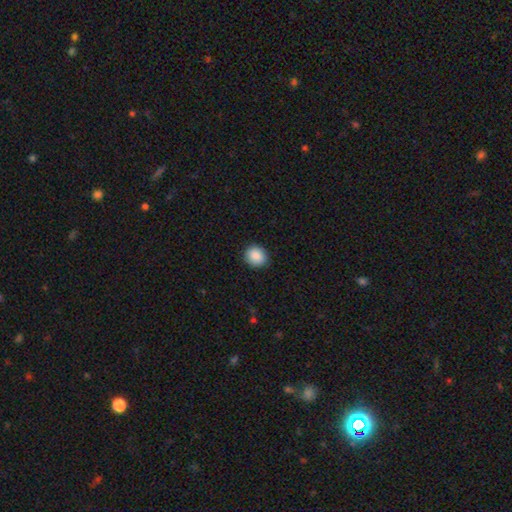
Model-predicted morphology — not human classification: Smooth or featured: smooth — 89% (star or artifact — 8%)
How rounded: round — 79% (in between — 20%)
Merging: none — 90% (minor disturbance — 7%)